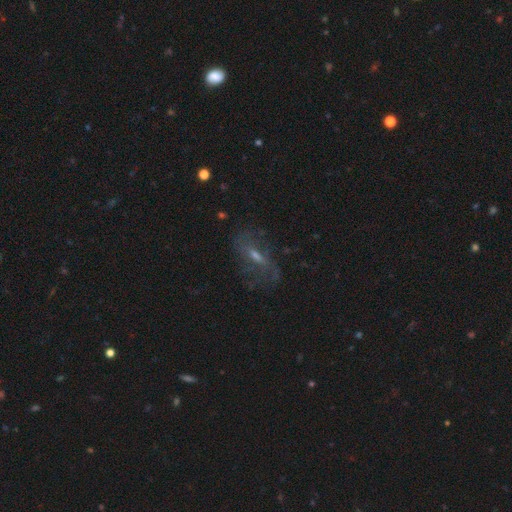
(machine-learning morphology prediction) type=featured or disk (64%); edge-on=no (83%); bar=weak (46%); spiral arms=yes (69%); bulge=moderate (46%); merging=none (60%).